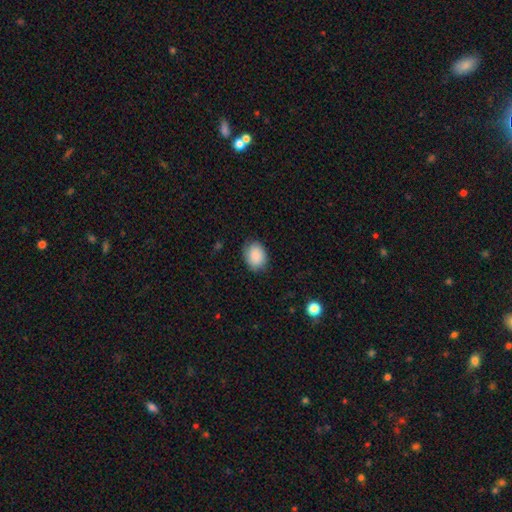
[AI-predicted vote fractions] Smooth or featured? Predicted: smooth (p=0.87). How rounded? Predicted: in between (p=0.67). Merging? Predicted: none (p=0.78).